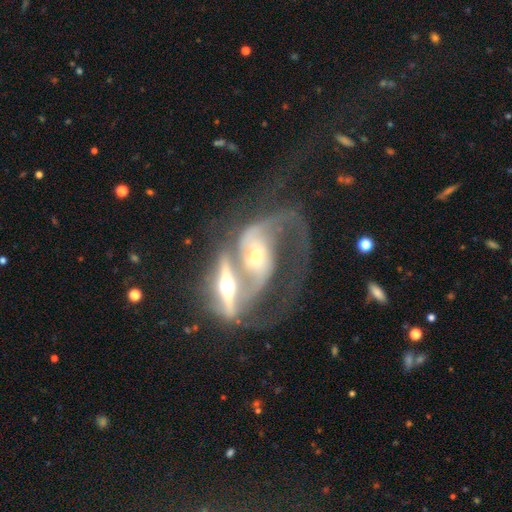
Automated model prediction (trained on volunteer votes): Q: Smooth or featured?
A: featured or disk (84%); runner-up: smooth (9%)
Q: Edge-on disk?
A: no (86%); runner-up: yes (14%)
Q: Bar?
A: strong (38%); runner-up: no (35%)
Q: Spiral arms?
A: yes (87%); runner-up: no (13%)
Q: Spiral winding?
A: loose (48%); runner-up: medium (36%)
Q: Spiral arm count?
A: 2 (62%); runner-up: 1 (20%)
Q: Bulge size?
A: moderate (53%); runner-up: small (36%)
Q: Merging?
A: merger (70%); runner-up: major disturbance (14%)